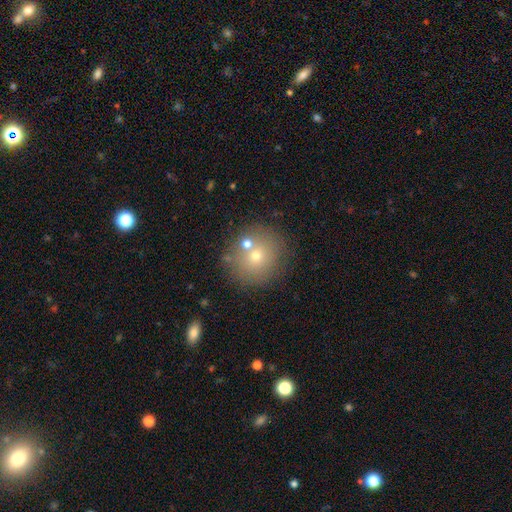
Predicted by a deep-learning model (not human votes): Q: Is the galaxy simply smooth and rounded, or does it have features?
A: smooth — 64%.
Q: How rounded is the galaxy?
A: round — 91%.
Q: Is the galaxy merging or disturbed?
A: none — 73%.